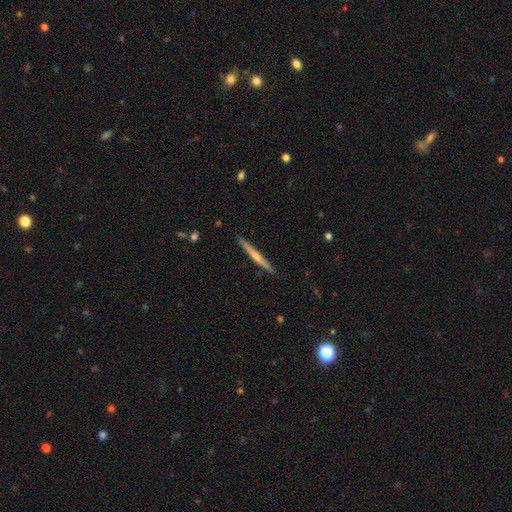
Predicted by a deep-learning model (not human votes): Q: Smooth or featured?
A: featured or disk (69%); runner-up: smooth (25%)
Q: Edge-on disk?
A: yes (98%); runner-up: no (2%)
Q: Edge-on bulge?
A: rounded (68%); runner-up: none (26%)
Q: Merging?
A: none (91%); runner-up: minor disturbance (6%)